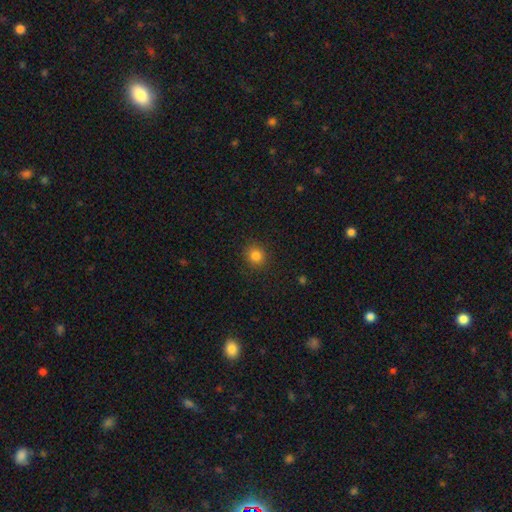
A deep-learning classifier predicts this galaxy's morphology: A smooth galaxy with no disk features (83%) that is round (89%). Merging: none (90%).